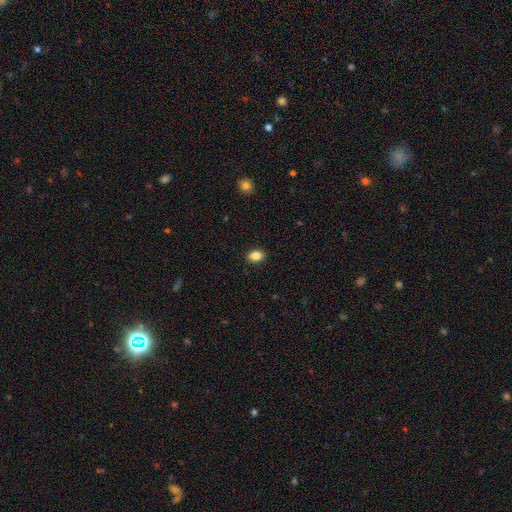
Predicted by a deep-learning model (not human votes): Smooth or featured? Predicted: smooth (p=0.85). How rounded? Predicted: in between (p=0.80). Merging? Predicted: none (p=0.90).